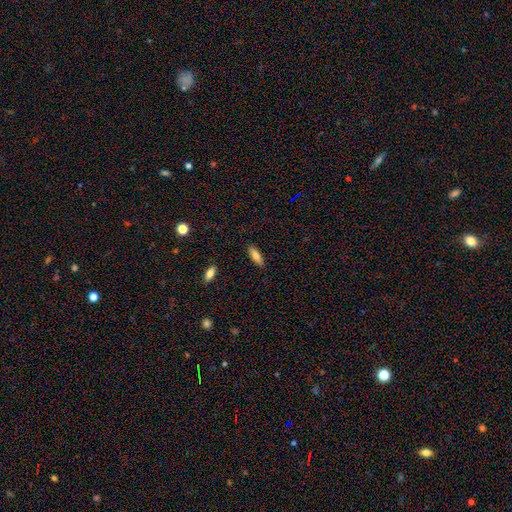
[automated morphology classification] A smooth galaxy with no disk features (77%) that is in between round and cigar-shaped (54%). Merging: none (88%).